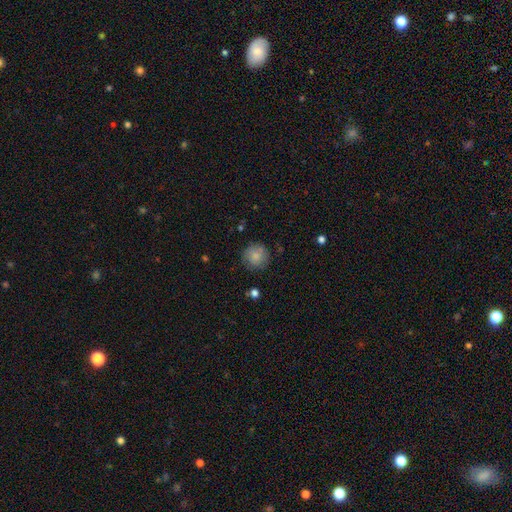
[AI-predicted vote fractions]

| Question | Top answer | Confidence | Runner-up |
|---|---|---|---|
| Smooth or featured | smooth | 83% | featured or disk (9%) |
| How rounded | round | 94% | in between (5%) |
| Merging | none | 82% | minor disturbance (12%) |